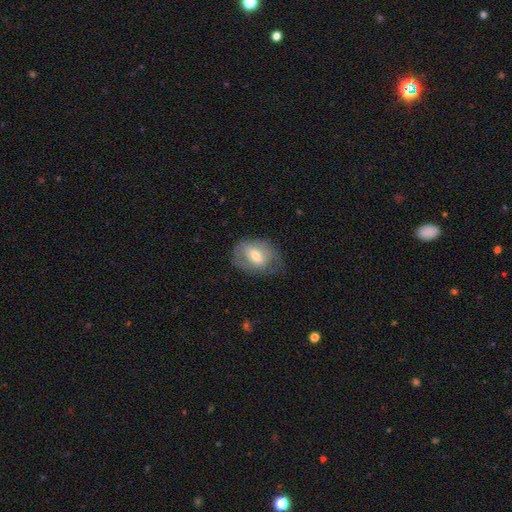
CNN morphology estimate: smooth-or-featured: featured or disk: 48% | smooth: 44% | star or artifact: 7%
  merging: none: 60% | minor disturbance: 25% | major disturbance: 13% | merger: 1%